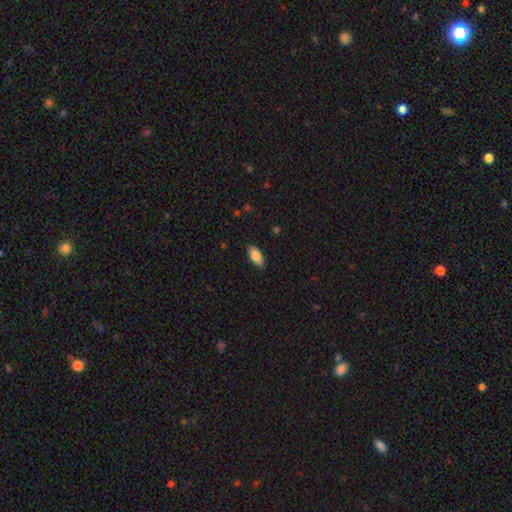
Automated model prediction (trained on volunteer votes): smooth_or_featured: smooth (p=0.86) [alt: featured or disk p=0.08]
how_rounded: in between (p=0.90) [alt: cigar-shaped p=0.08]
merging: none (p=0.86) [alt: minor disturbance p=0.11]